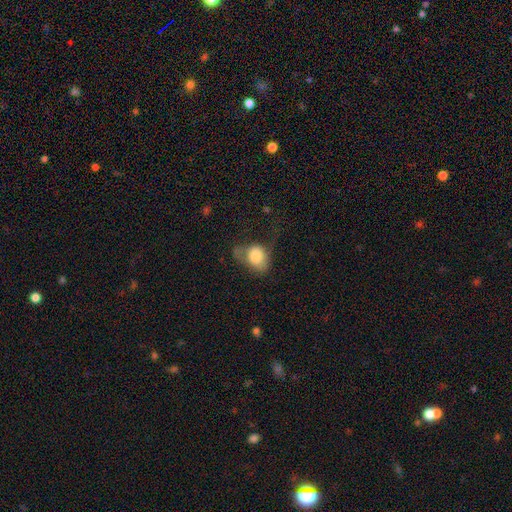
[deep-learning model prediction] A smooth galaxy with no disk features (75%) that is in between round and cigar-shaped (65%). Merging: major disturbance (41%).